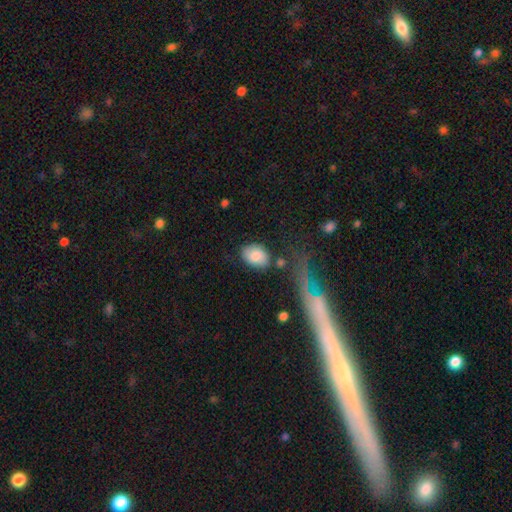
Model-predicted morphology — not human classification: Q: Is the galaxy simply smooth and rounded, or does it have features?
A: smooth — 82%.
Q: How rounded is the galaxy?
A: in between — 79%.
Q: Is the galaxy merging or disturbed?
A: none — 74%.